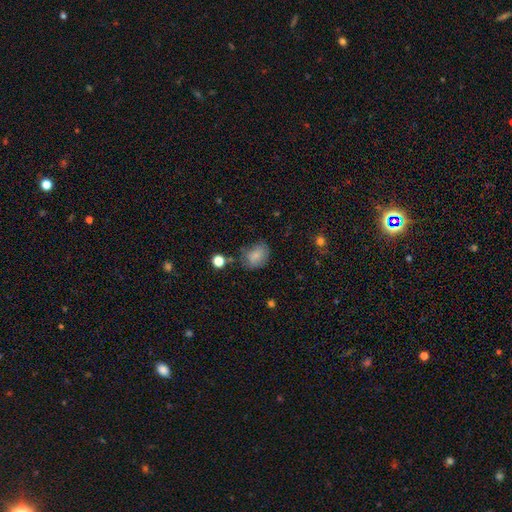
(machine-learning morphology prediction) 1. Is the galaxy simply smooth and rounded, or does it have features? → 81% smooth, 10% star or artifact, 9% featured or disk.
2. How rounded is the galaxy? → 63% in between, 36% round, 1% cigar-shaped.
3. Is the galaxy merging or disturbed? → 58% none, 28% minor disturbance, 10% major disturbance, 4% merger.